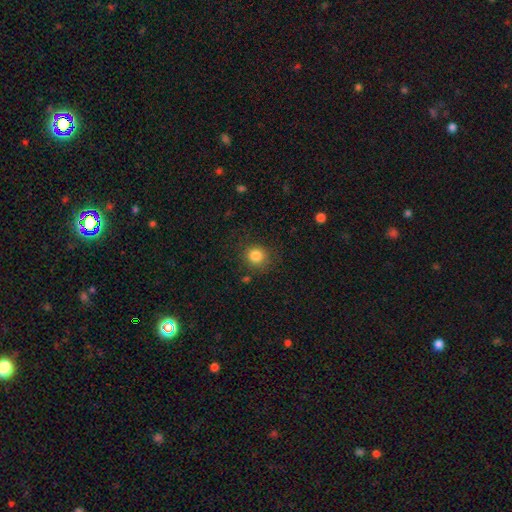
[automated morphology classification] A smooth galaxy with no disk features (84%) that is round (89%).

Vote fractions:
- Smooth or featured? smooth: 84% / star or artifact: 11% / featured or disk: 5%
- How rounded? round: 89% / in between: 10% / cigar-shaped: 1%
- Merging? none: 83% / minor disturbance: 11% / major disturbance: 4% / merger: 2%